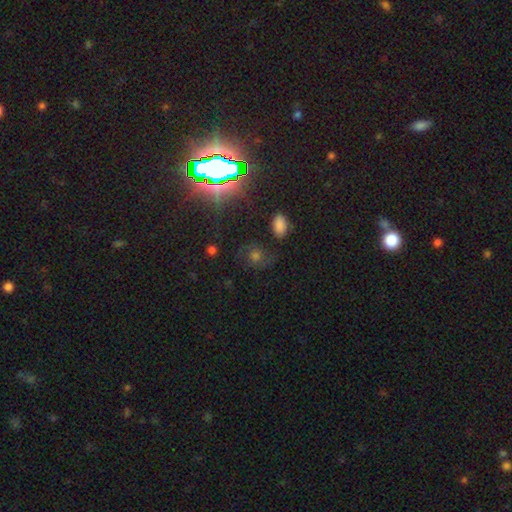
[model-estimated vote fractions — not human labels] This is marginally a smooth galaxy (42%). Merging: likely none (69%).